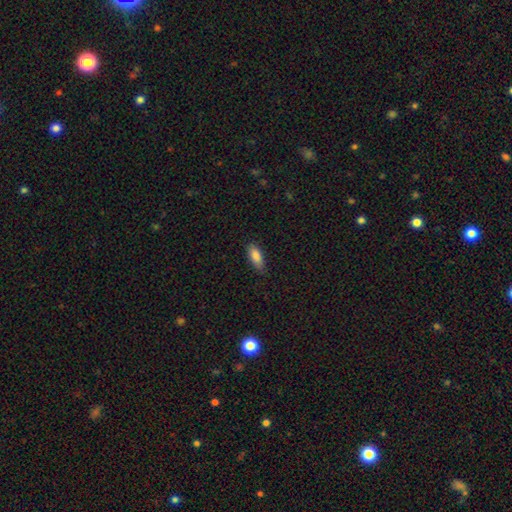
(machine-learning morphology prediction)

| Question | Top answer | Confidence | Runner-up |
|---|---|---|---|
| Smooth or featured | smooth | 85% | featured or disk (9%) |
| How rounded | in between | 78% | cigar-shaped (20%) |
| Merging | none | 79% | minor disturbance (17%) |